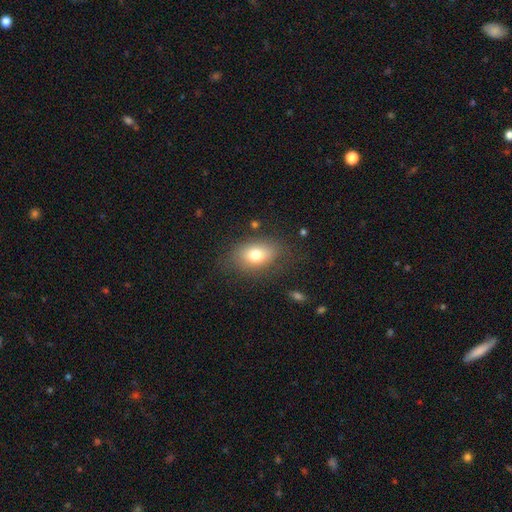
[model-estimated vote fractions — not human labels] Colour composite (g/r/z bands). It shows a smooth galaxy with no disk features (75%) that is in between round and cigar-shaped (79%). Merging: none (75%).